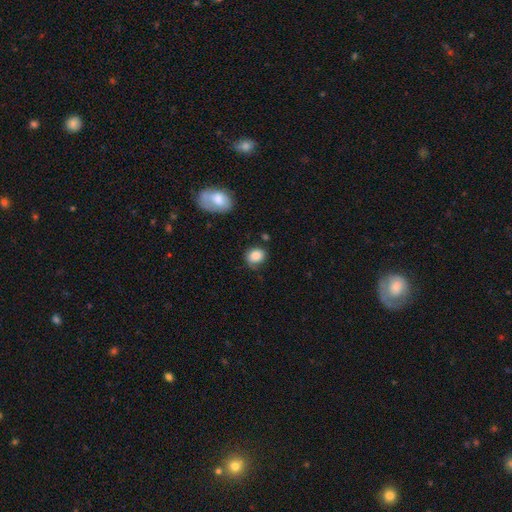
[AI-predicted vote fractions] This appears to be a smooth galaxy with no disk features (85%) that is round (57%). Merging: none (67%).